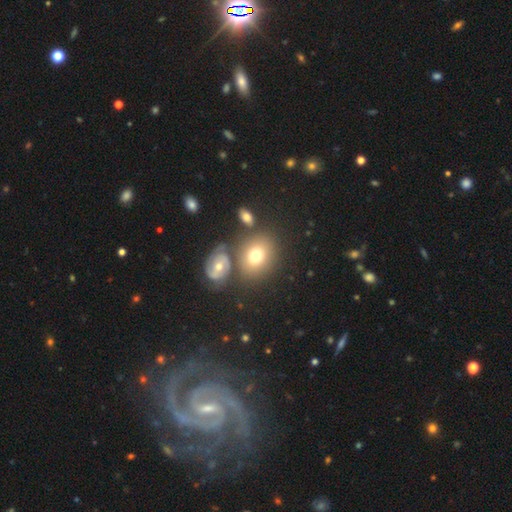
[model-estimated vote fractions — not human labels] smooth 66%, featured or disk 24%, star or artifact 10%. Down the decision tree: how rounded — round (53%); merging — none (62%).